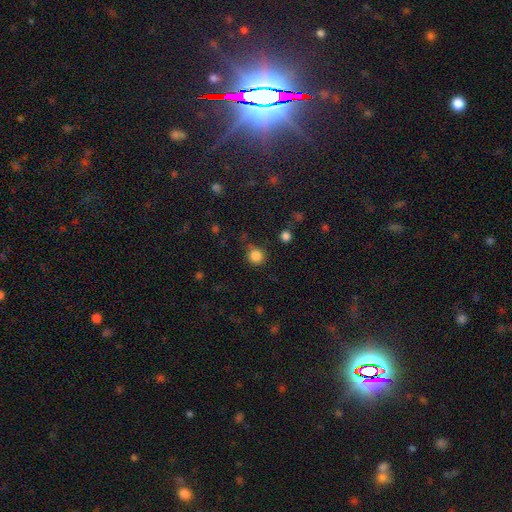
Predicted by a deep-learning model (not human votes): smooth_or_featured: smooth (p=0.85) [alt: star or artifact p=0.11]
how_rounded: round (p=0.90) [alt: in between p=0.09]
merging: none (p=0.78) [alt: minor disturbance p=0.14]